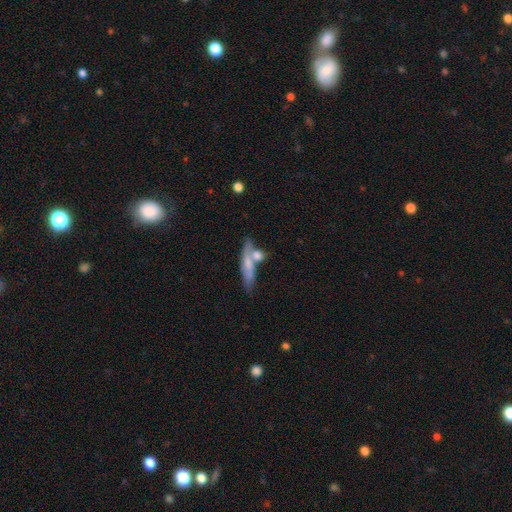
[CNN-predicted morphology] A smooth galaxy with no disk features (64%) that is cigar-shaped (52%).

Vote fractions:
- Smooth or featured? smooth: 64% / featured or disk: 29% / star or artifact: 7%
- How rounded? cigar-shaped: 52% / in between: 35% / round: 13%
- Merging? none: 43% / merger: 37% / minor disturbance: 14% / major disturbance: 7%